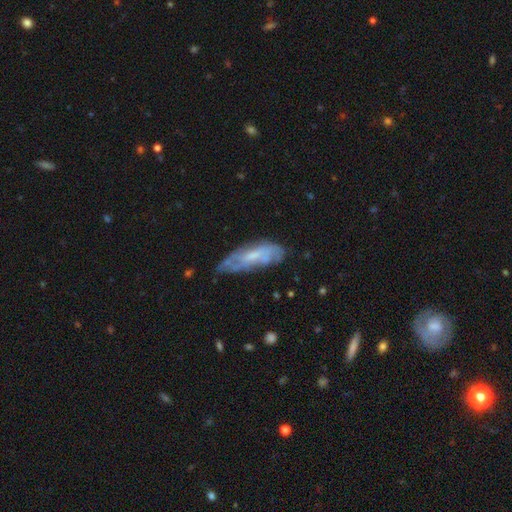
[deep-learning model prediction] Smooth or featured: featured or disk — 55% (smooth — 37%)
Edge-on disk: no — 74% (yes — 26%)
Merging: none — 58% (minor disturbance — 29%)